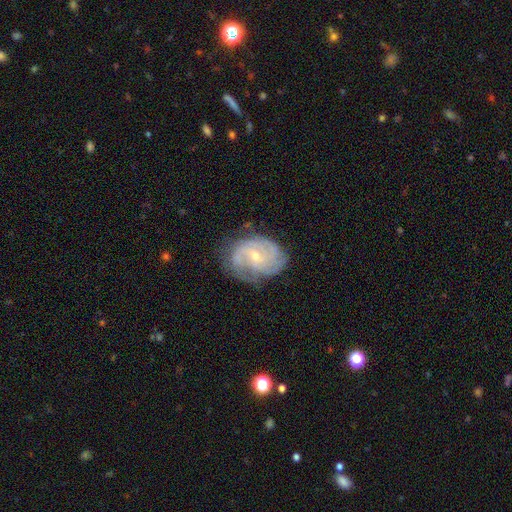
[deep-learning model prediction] smooth_or_featured: featured or disk (p=0.81) [alt: smooth p=0.13]
disk_edge_on: no (p=0.97) [alt: yes p=0.03]
bar: no (p=0.60) [alt: weak p=0.34]
has_spiral_arms: yes (p=0.93) [alt: no p=0.07]
spiral_winding: tight (p=0.58) [alt: medium p=0.33]
spiral_arm_count: can't tell (p=0.34) [alt: 2 p=0.24]
bulge_size: small (p=0.65) [alt: moderate p=0.32]
merging: none (p=0.65) [alt: minor disturbance p=0.24]